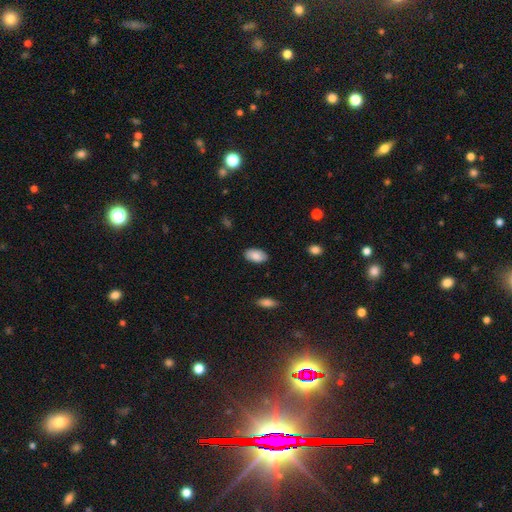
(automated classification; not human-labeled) This is clearly a smooth galaxy (86%). How rounded: clearly in between (94%). Merging: clearly none (86%).